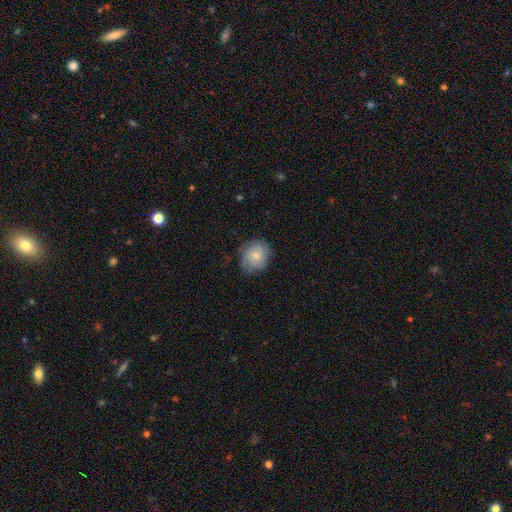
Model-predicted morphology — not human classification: Smooth or featured?
  - smooth: 65% *
  - featured or disk: 28%
  - star or artifact: 8%
How rounded?
  - round: 72% *
  - in between: 27%
  - cigar-shaped: 1%
Merging?
  - none: 71% *
  - minor disturbance: 22%
  - major disturbance: 6%
  - merger: 1%